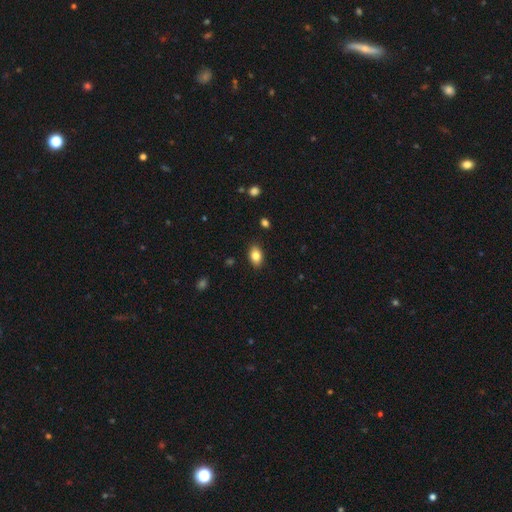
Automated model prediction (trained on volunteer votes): A smooth galaxy with no disk features (84%) that is in between round and cigar-shaped (86%).

Vote fractions:
- Smooth or featured? smooth: 84% / star or artifact: 8% / featured or disk: 7%
- How rounded? in between: 86% / round: 13% / cigar-shaped: 2%
- Merging? none: 88% / minor disturbance: 9% / major disturbance: 2% / merger: 1%